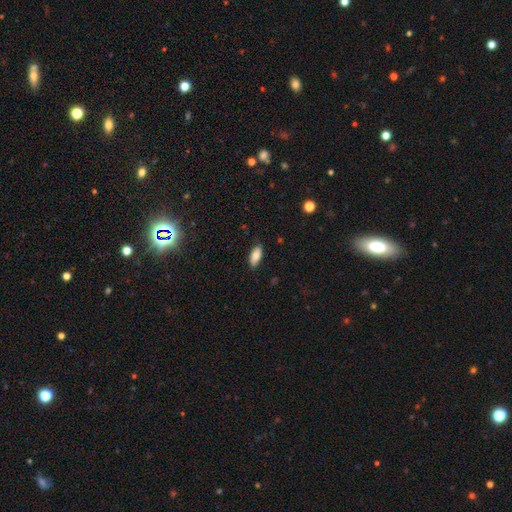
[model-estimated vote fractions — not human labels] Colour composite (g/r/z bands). It shows a smooth galaxy with no disk features (82%) that is in between round and cigar-shaped (86%). Merging: none (83%).